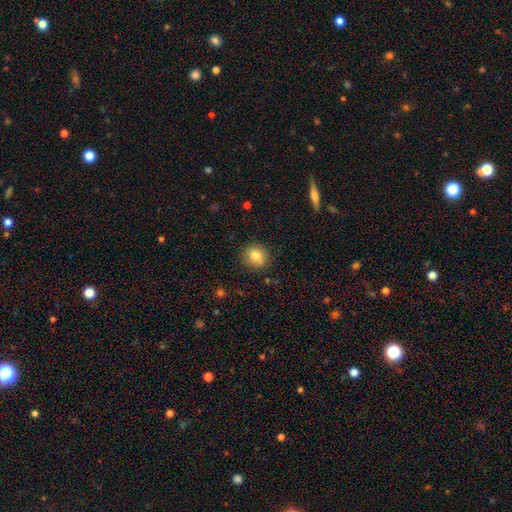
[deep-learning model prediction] Smooth or featured?
  - smooth: 81% *
  - star or artifact: 10%
  - featured or disk: 9%
How rounded?
  - round: 79% *
  - in between: 20%
  - cigar-shaped: 1%
Merging?
  - none: 86% *
  - minor disturbance: 10%
  - major disturbance: 3%
  - merger: 2%